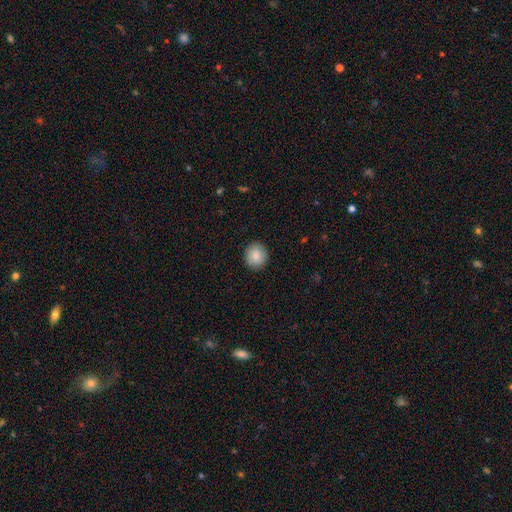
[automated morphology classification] Smooth or featured?
  - smooth: 87% *
  - star or artifact: 7%
  - featured or disk: 6%
How rounded?
  - round: 88% *
  - in between: 11%
  - cigar-shaped: 1%
Merging?
  - none: 91% *
  - minor disturbance: 6%
  - major disturbance: 2%
  - merger: 1%